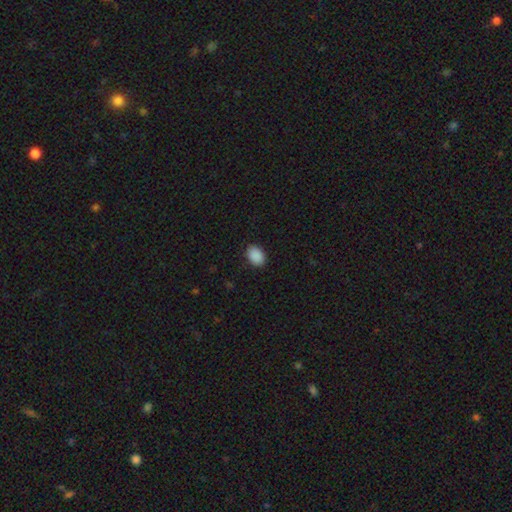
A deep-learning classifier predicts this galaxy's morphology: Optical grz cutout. It shows a smooth galaxy with no disk features (90%) that is in between round and cigar-shaped (79%). Merging: none (89%).